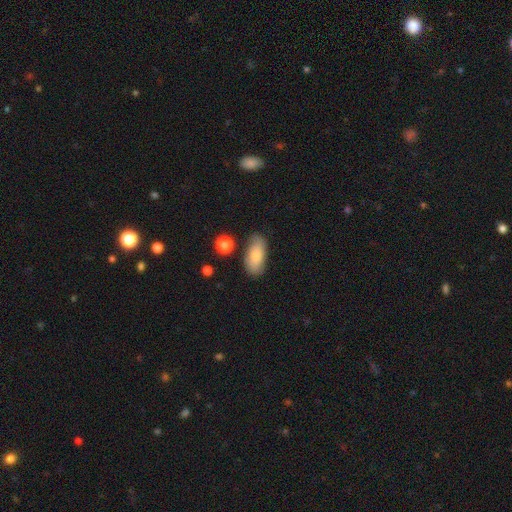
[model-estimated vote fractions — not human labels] A smooth galaxy with no disk features (79%) that is in between round and cigar-shaped (89%). Merging: none (74%).